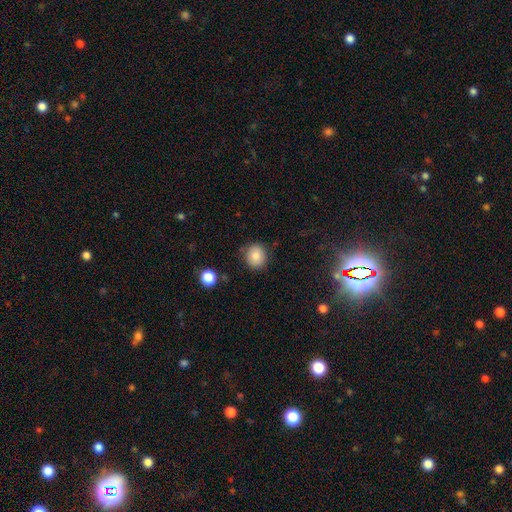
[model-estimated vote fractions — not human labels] smooth_or_featured: smooth (p=0.83) [alt: star or artifact p=0.10]
how_rounded: round (p=0.83) [alt: in between p=0.17]
merging: none (p=0.83) [alt: minor disturbance p=0.12]